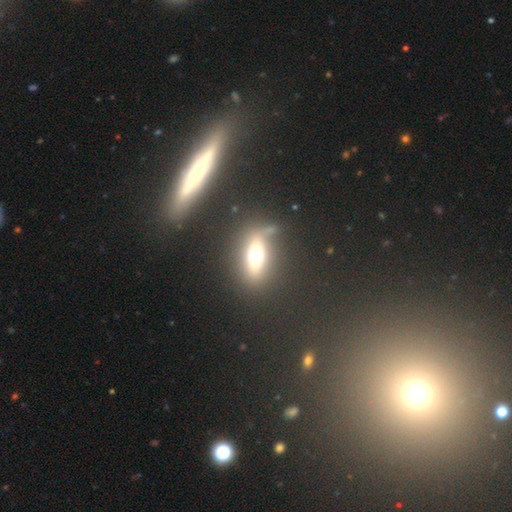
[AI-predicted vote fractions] A smooth galaxy with no disk features (49%). Merging: none (74%).